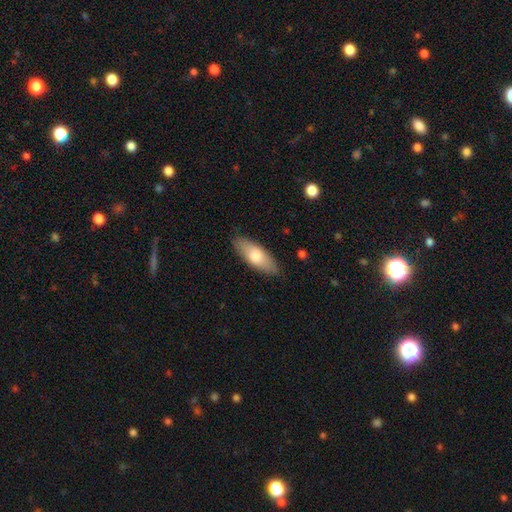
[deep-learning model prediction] smooth 73%, featured or disk 22%, star or artifact 5%. Down the decision tree: how rounded — in between (73%); merging — none (86%).